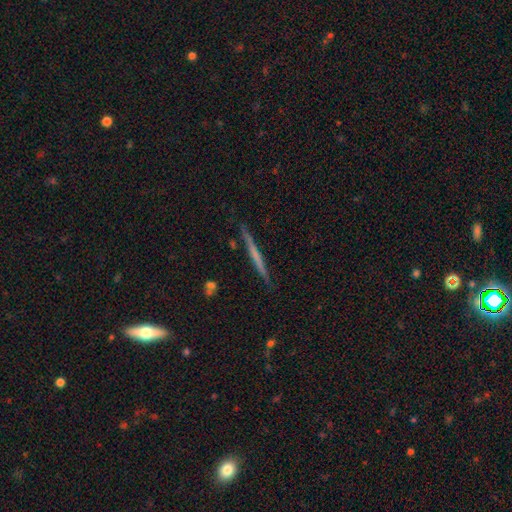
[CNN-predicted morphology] Smooth or featured: featured or disk — 55% (smooth — 39%)
Edge-on disk: yes — 98% (no — 2%)
Edge-on bulge: none — 85% (rounded — 10%)
Merging: none — 90% (minor disturbance — 7%)